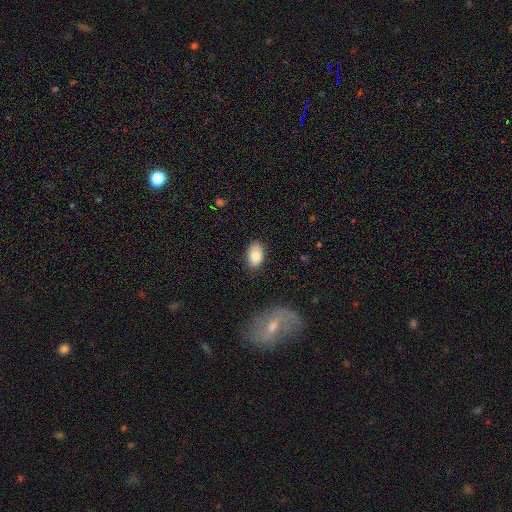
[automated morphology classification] The model was most divided on "smooth or featured": smooth: 77%, featured or disk: 16%, star or artifact: 7%. More confident: how rounded — in between (90%); merging — none (82%).